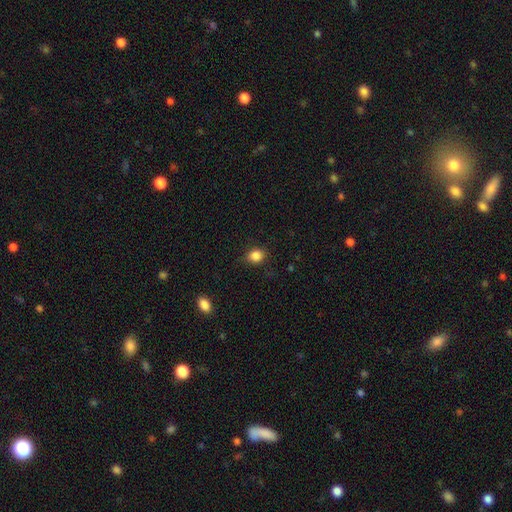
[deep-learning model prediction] smooth 85%, star or artifact 11%, featured or disk 5%. Down the decision tree: how rounded — round (58%); merging — none (82%).